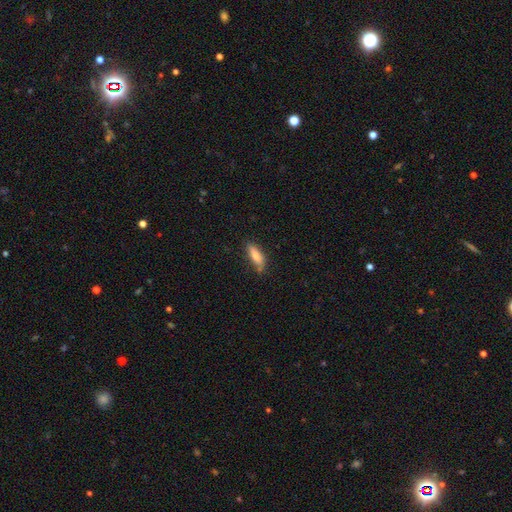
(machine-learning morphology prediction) This appears to be a smooth galaxy with no disk features (75%) that is in between round and cigar-shaped (50%). Merging: none (69%).